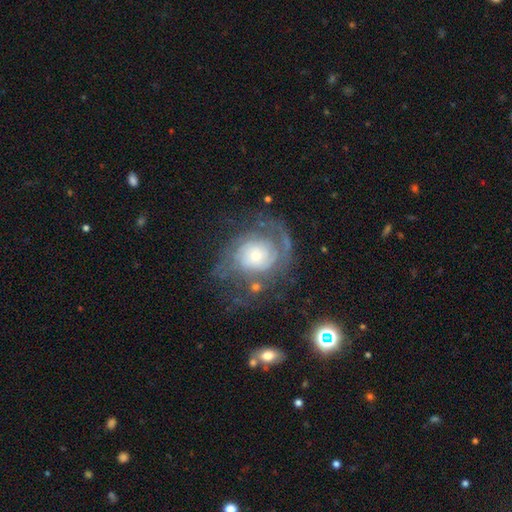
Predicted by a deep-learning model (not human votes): Smooth or featured: featured or disk — 81% (smooth — 13%)
Edge-on disk: no — 97% (yes — 3%)
Bar: no — 75% (weak — 20%)
Spiral arms: yes — 91% (no — 9%)
Spiral winding: tight — 53% (medium — 33%)
Spiral arm count: 2 — 38% (can't tell — 30%)
Bulge size: small — 47% (moderate — 36%)
Merging: none — 57% (major disturbance — 22%)